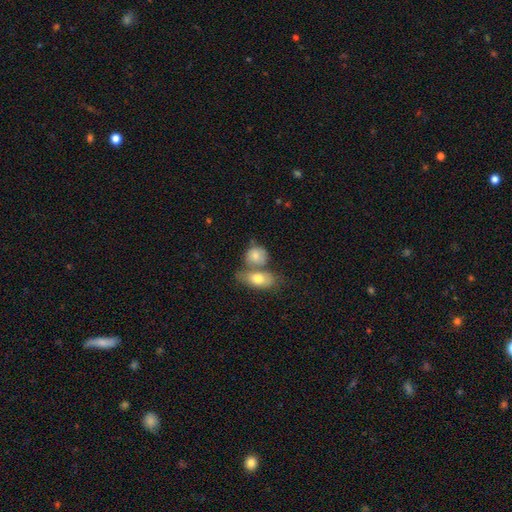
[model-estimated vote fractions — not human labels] smooth_or_featured: smooth (p=0.78) [alt: featured or disk p=0.15]
how_rounded: round (p=0.52) [alt: in between p=0.45]
merging: merger (p=0.48) [alt: none p=0.35]